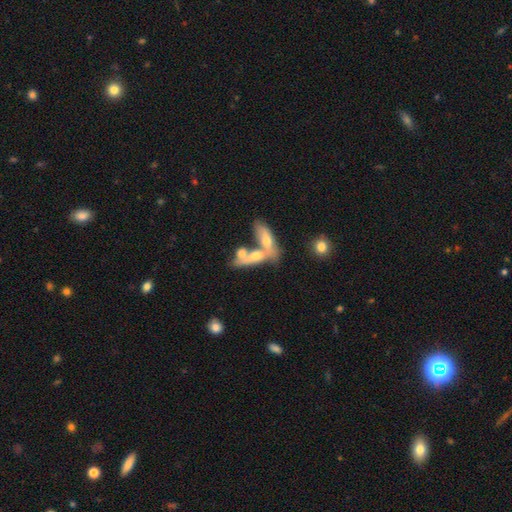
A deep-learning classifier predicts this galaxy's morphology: Smooth or featured? Predicted: smooth (p=0.46). Merging? Predicted: merger (p=0.62).